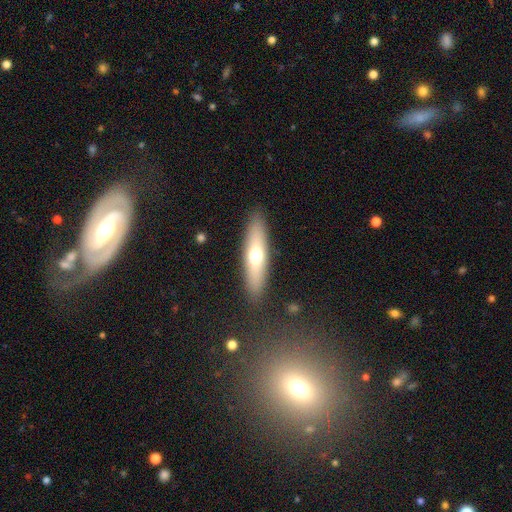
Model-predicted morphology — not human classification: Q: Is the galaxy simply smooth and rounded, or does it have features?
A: smooth — 58%.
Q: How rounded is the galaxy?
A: cigar-shaped — 66%.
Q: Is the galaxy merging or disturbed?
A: none — 87%.